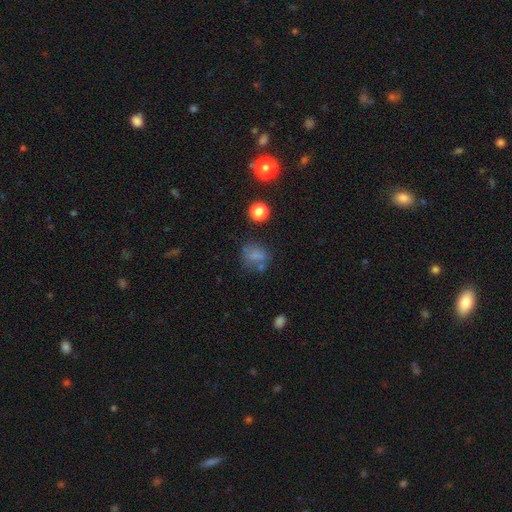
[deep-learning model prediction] Smooth or featured: smooth — 66% (star or artifact — 19%)
How rounded: round — 59% (in between — 40%)
Merging: none — 55% (minor disturbance — 20%)